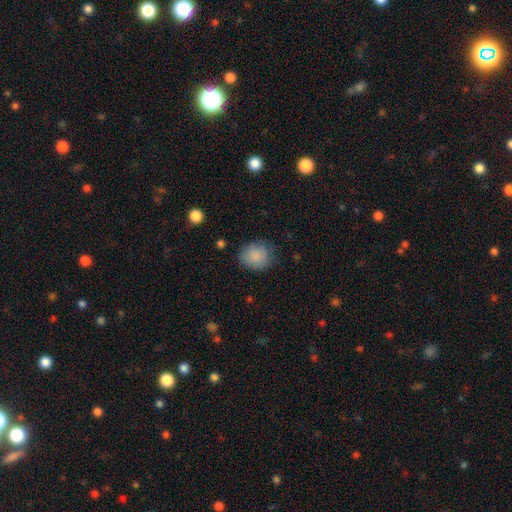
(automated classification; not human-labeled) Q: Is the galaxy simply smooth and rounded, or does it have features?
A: smooth — 87%.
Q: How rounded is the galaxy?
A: round — 64%.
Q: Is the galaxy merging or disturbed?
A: none — 78%.